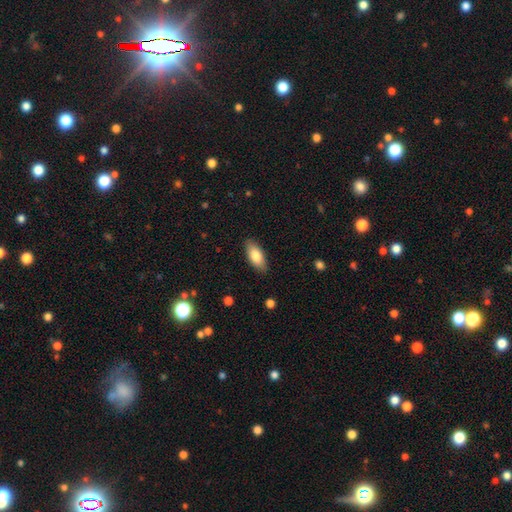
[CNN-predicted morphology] The model was most divided on "smooth or featured": smooth: 81%, featured or disk: 13%, star or artifact: 6%. More confident: merging — none (87%); how rounded — in between (86%).